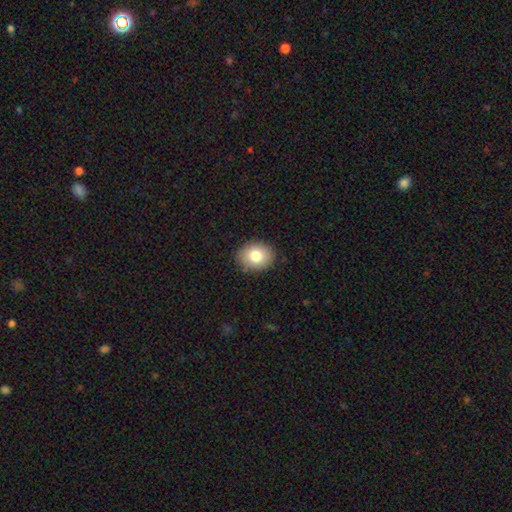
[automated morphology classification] Smooth or featured? Predicted: smooth (p=0.80). How rounded? Predicted: round (p=0.53). Merging? Predicted: none (p=0.87).